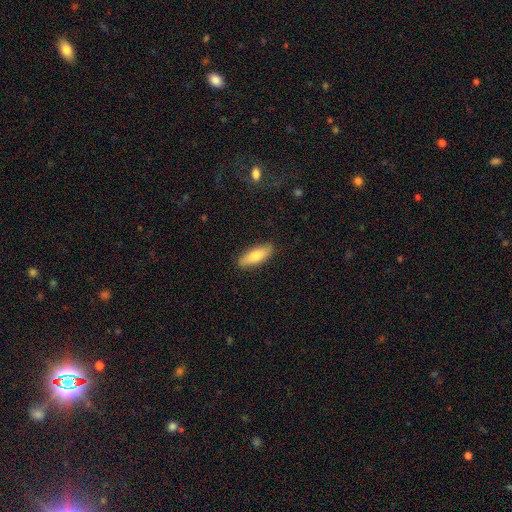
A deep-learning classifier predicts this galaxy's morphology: smooth 77%, featured or disk 17%, star or artifact 6%. Down the decision tree: how rounded — in between (60%); merging — none (88%).